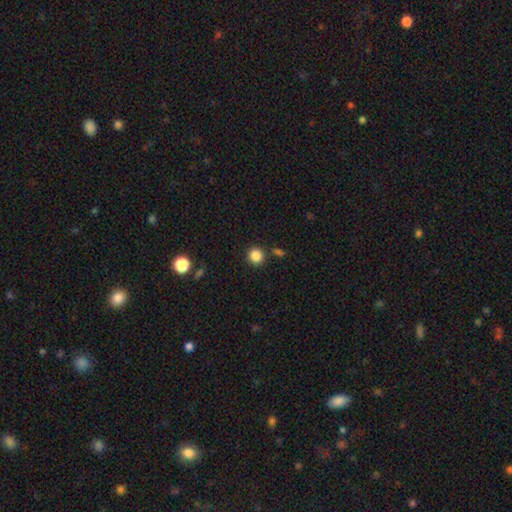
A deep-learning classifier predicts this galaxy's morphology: smooth-or-featured: smooth: 86% | star or artifact: 11% | featured or disk: 3%
  how-rounded: round: 91% | in between: 8% | cigar-shaped: 1%
  merging: none: 86% | minor disturbance: 7% | merger: 4% | major disturbance: 3%